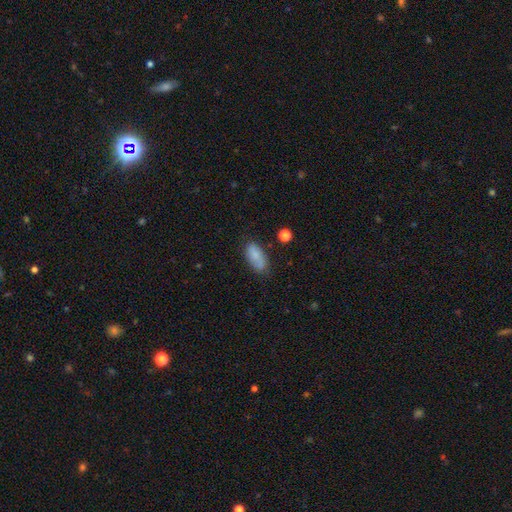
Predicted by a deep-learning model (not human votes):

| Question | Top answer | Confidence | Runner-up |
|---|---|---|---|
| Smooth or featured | smooth | 82% | featured or disk (11%) |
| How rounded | in between | 88% | cigar-shaped (9%) |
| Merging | none | 72% | minor disturbance (20%) |